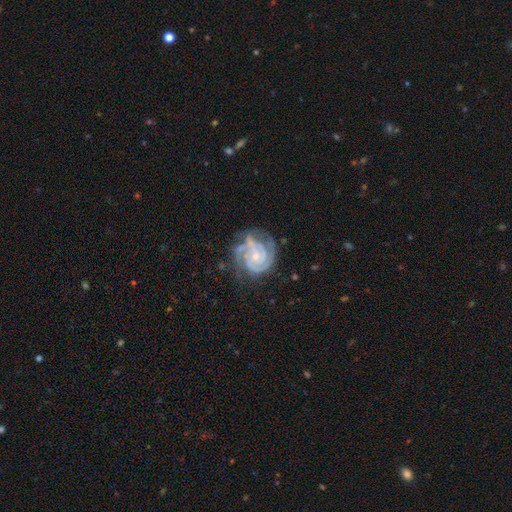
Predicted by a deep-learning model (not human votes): This is clearly a featured or disk galaxy (91%). It is clearly not viewed edge-on (98%). Bar: likely no (66%). Spiral arm pattern: clearly yes (98%). Spiral arm count: marginally 2 (40%). Spiral winding: likely tight (75%). Central bulge: likely small (66%). Merging: likely none (67%).